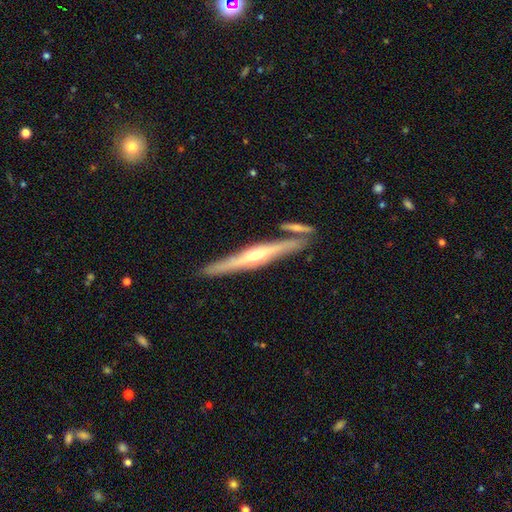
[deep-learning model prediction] This appears to be a featured or disk galaxy (79%) viewed edge-on (96%) with a rounded central bulge (84%). Merging: none (81%).